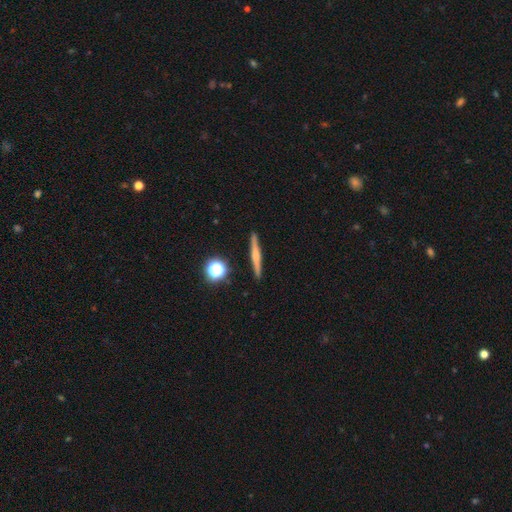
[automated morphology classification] Smooth or featured? Predicted: featured or disk (p=0.54). Edge-on disk? Predicted: yes (p=0.97). Edge-on bulge? Predicted: rounded (p=0.60). Merging? Predicted: none (p=0.91).